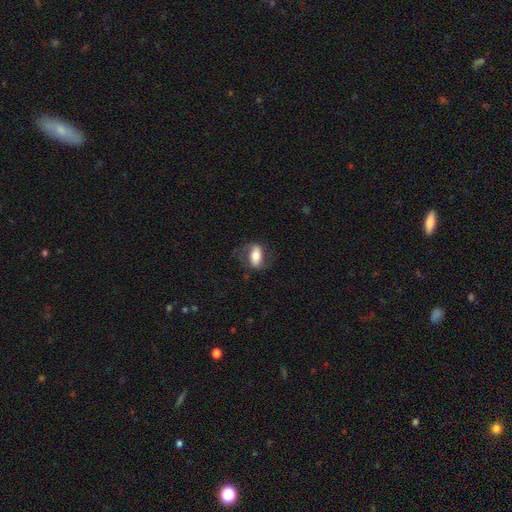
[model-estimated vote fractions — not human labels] A smooth galaxy with no disk features (53%) that is in between round and cigar-shaped (85%).

Vote fractions:
- Smooth or featured? smooth: 53% / featured or disk: 40% / star or artifact: 7%
- How rounded? in between: 85% / cigar-shaped: 8% / round: 7%
- Merging? none: 66% / minor disturbance: 20% / major disturbance: 13% / merger: 1%